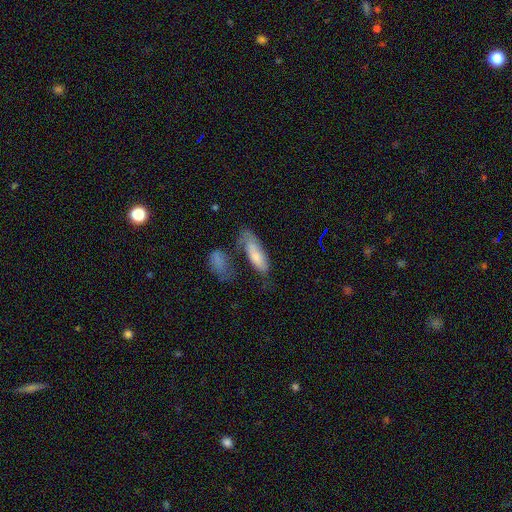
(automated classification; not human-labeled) The model was most divided on "merging": none: 34%, minor disturbance: 23%, merger: 21%, major disturbance: 21%. More confident: smooth or featured — smooth (68%); how rounded — in between (66%).